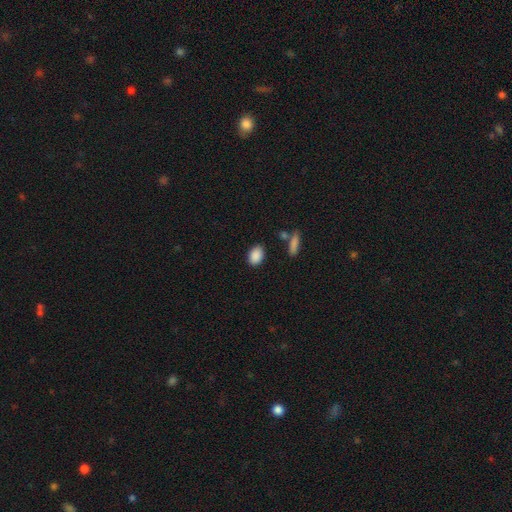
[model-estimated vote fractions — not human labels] Morphology: type=smooth (89%); roundness=in between (83%); merging=none (83%).